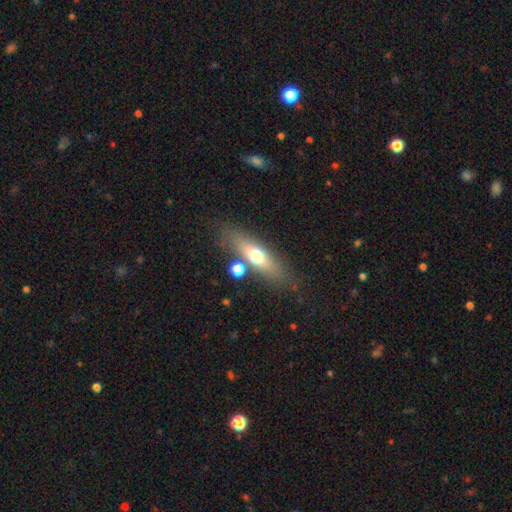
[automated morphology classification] Q: Smooth or featured?
A: smooth (57%); runner-up: featured or disk (35%)
Q: How rounded?
A: cigar-shaped (55%); runner-up: in between (41%)
Q: Merging?
A: none (74%); runner-up: minor disturbance (12%)